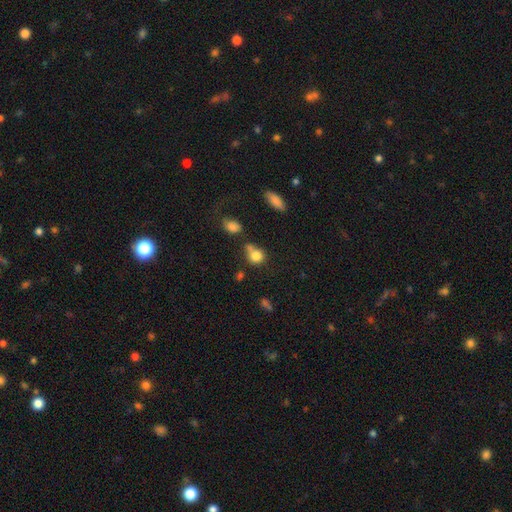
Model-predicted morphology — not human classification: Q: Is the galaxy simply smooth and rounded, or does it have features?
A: smooth — 80%.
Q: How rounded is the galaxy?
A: round — 73%.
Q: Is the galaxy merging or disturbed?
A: none — 45%.